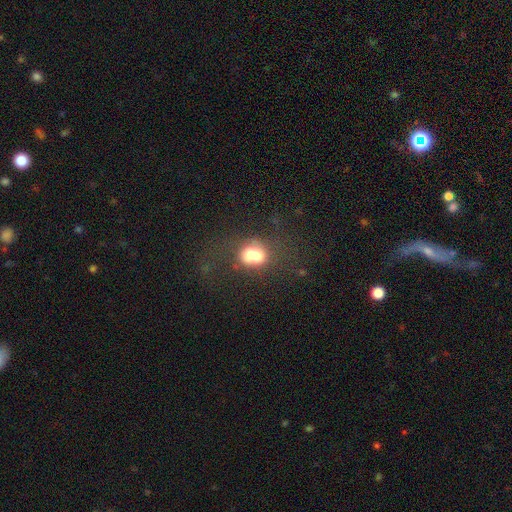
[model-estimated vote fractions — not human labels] smooth-or-featured: smooth: 62% | featured or disk: 24% | star or artifact: 13%
  how-rounded: round: 50% | in between: 48% | cigar-shaped: 1%
  merging: merger: 46% | none: 30% | minor disturbance: 14% | major disturbance: 11%